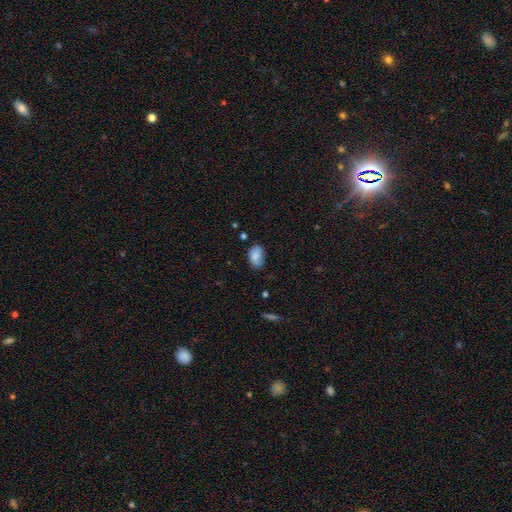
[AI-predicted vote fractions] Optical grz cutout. It shows a smooth galaxy with no disk features (76%) that is in between round and cigar-shaped (86%). Merging: none (65%).